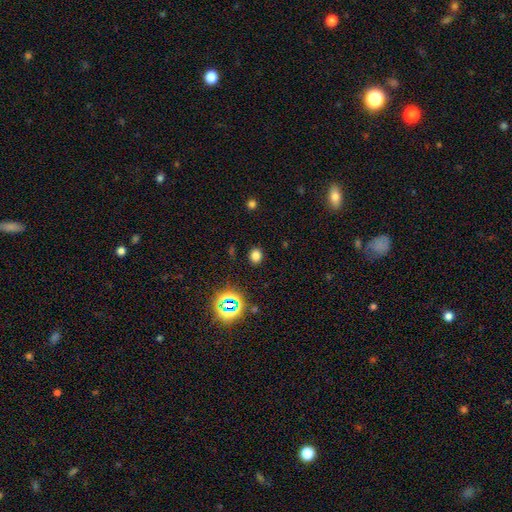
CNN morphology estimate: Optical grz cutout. It shows a smooth galaxy with no disk features (73%) that is round (62%). Merging: none (88%).